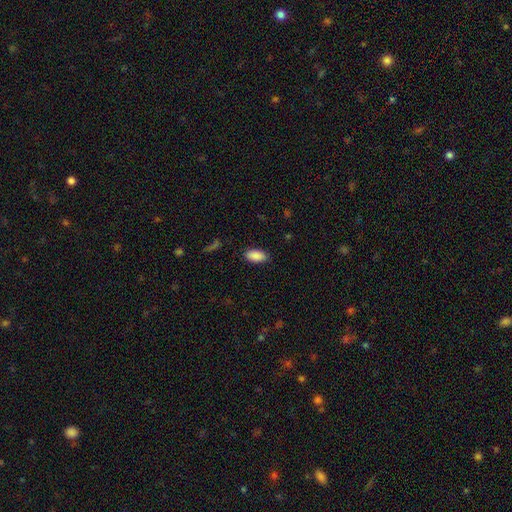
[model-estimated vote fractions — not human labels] Smooth or featured?
  - smooth: 89% *
  - star or artifact: 7%
  - featured or disk: 4%
How rounded?
  - in between: 93% *
  - cigar-shaped: 4%
  - round: 3%
Merging?
  - none: 87% *
  - minor disturbance: 10%
  - major disturbance: 3%
  - merger: 1%